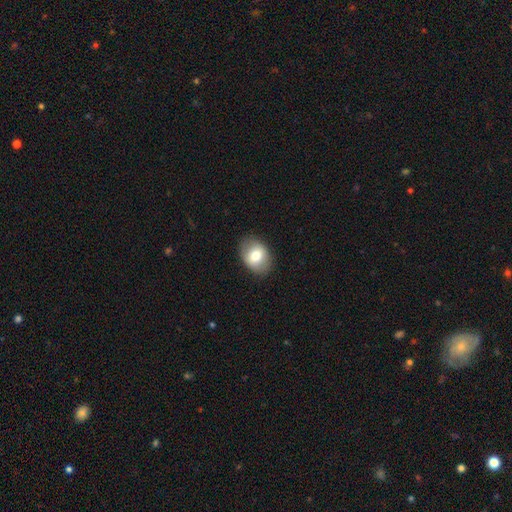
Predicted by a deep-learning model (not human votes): smooth-or-featured: smooth: 73% | featured or disk: 20% | star or artifact: 7%
  how-rounded: in between: 71% | round: 28% | cigar-shaped: 1%
  merging: none: 85% | minor disturbance: 11% | major disturbance: 3% | merger: 1%